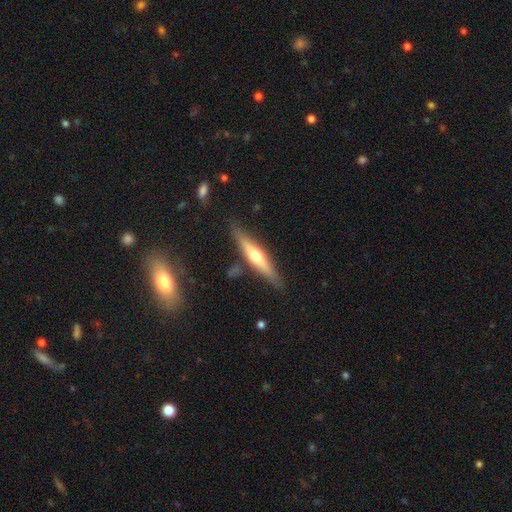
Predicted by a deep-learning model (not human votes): Q: Smooth or featured?
A: featured or disk (58%); runner-up: smooth (37%)
Q: Edge-on disk?
A: yes (94%); runner-up: no (6%)
Q: Edge-on bulge?
A: rounded (88%); runner-up: none (7%)
Q: Merging?
A: none (84%); runner-up: minor disturbance (10%)